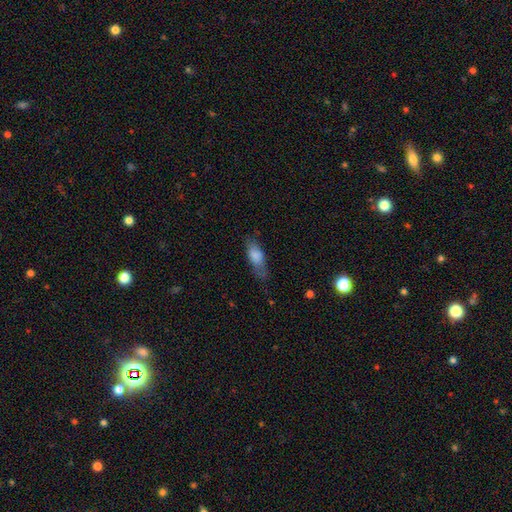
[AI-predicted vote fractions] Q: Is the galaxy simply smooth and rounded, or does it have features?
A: smooth — 77%.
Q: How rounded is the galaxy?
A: in between — 69%.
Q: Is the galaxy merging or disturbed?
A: none — 60%.